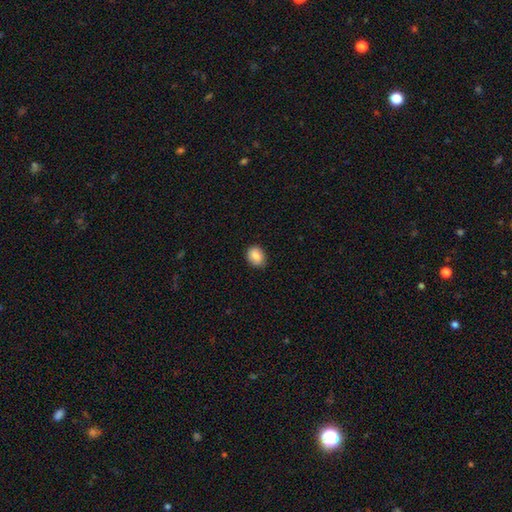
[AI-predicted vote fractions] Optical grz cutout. It shows a smooth galaxy with no disk features (84%) that is round (53%). Merging: none (85%).